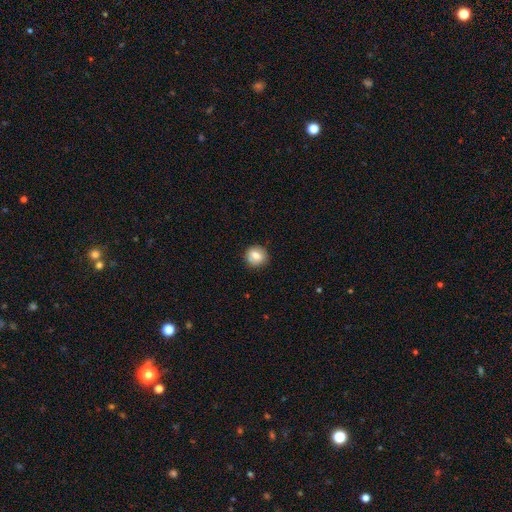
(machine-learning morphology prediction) A smooth galaxy with no disk features (80%) that is round (86%).

Vote fractions:
- Smooth or featured? smooth: 80% / featured or disk: 11% / star or artifact: 9%
- How rounded? round: 86% / in between: 13% / cigar-shaped: 1%
- Merging? none: 88% / minor disturbance: 9% / major disturbance: 2% / merger: 1%